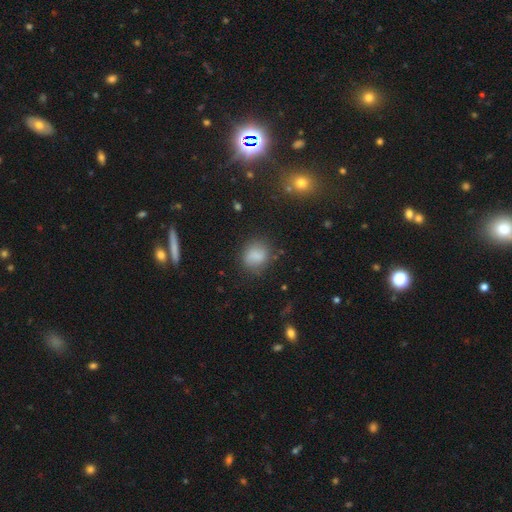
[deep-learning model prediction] Smooth or featured? smooth (81%)
How rounded? round (70%)
Merging? none (75%)